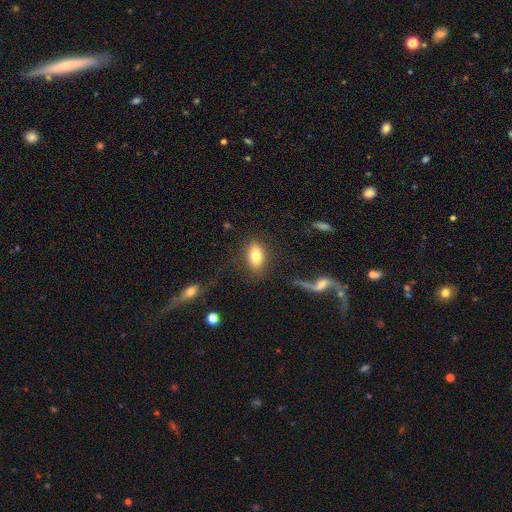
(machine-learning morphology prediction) Smooth or featured?
  - smooth: 78% *
  - featured or disk: 14%
  - star or artifact: 8%
How rounded?
  - in between: 89% *
  - round: 8%
  - cigar-shaped: 3%
Merging?
  - none: 80% *
  - minor disturbance: 11%
  - major disturbance: 6%
  - merger: 3%